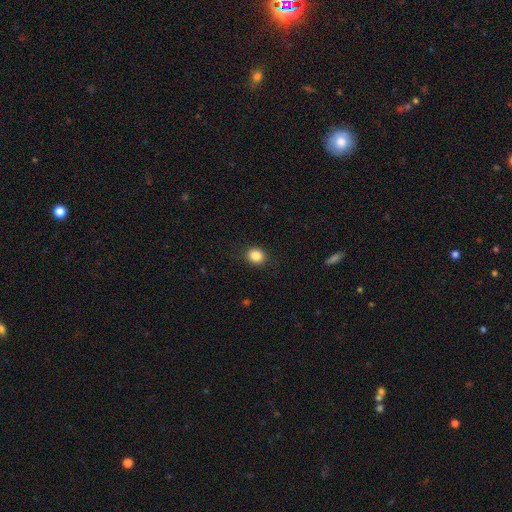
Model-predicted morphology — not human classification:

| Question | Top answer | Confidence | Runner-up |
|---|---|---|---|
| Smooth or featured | smooth | 85% | star or artifact (11%) |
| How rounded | round | 73% | in between (26%) |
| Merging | none | 88% | minor disturbance (8%) |